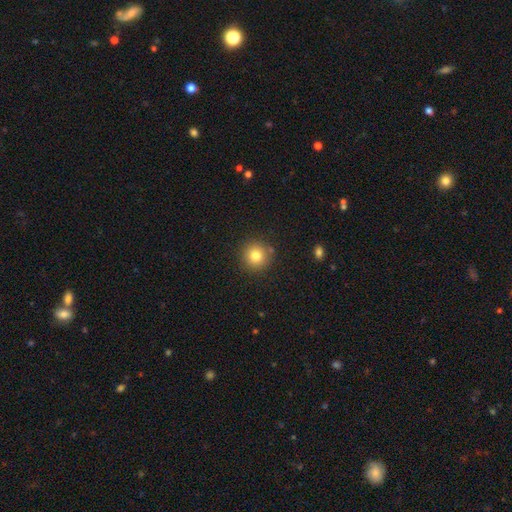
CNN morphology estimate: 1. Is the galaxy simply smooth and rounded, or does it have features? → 80% smooth, 12% star or artifact, 8% featured or disk.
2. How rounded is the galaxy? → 94% round, 5% in between, 1% cigar-shaped.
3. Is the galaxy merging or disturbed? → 86% none, 8% minor disturbance, 3% merger, 3% major disturbance.